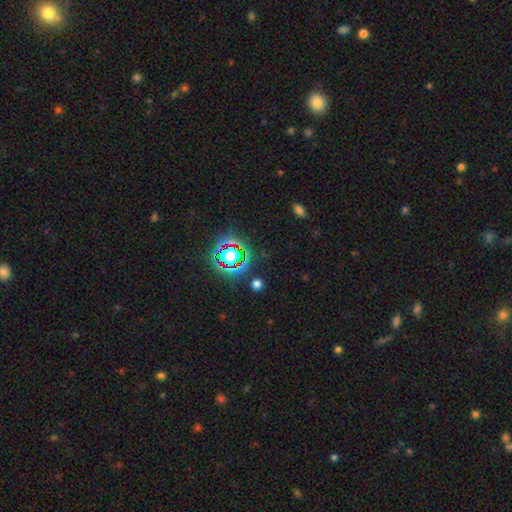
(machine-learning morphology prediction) This is likely a star or artifact rather than a galaxy (74%).